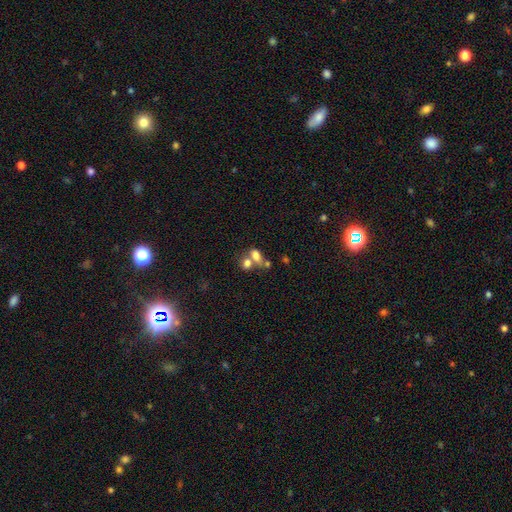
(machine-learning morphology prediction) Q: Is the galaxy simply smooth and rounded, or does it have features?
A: smooth — 74%.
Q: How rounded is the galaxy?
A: in between — 75%.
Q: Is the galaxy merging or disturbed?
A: merger — 57%.